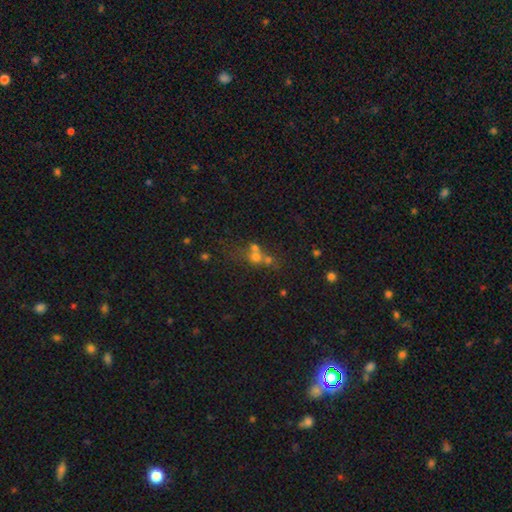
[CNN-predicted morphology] smooth 55%, featured or disk 23%, star or artifact 22%. Down the decision tree: how rounded — round (78%); merging — merger (53%).